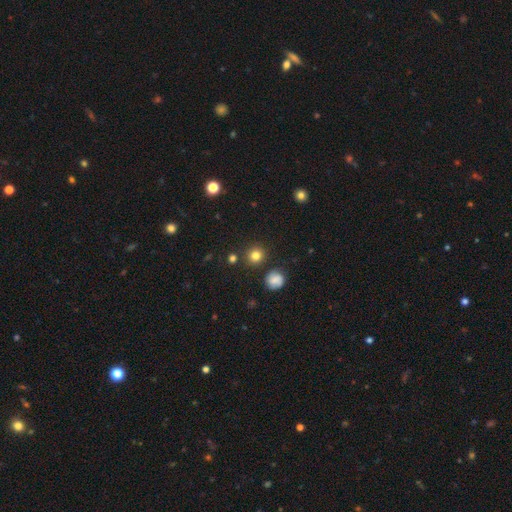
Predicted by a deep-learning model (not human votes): Smooth or featured? Predicted: smooth (p=0.81). How rounded? Predicted: round (p=0.91). Merging? Predicted: none (p=0.87).